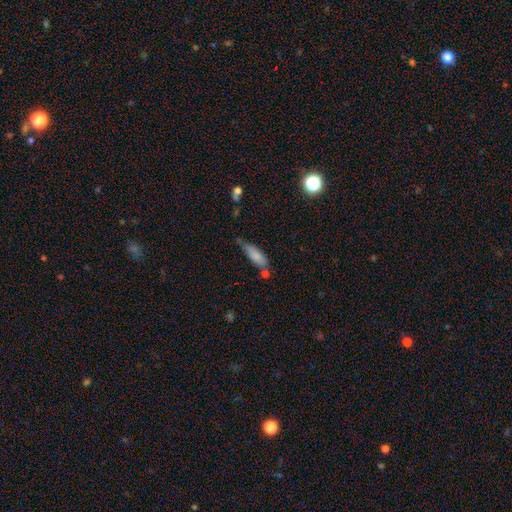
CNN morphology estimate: The model was most divided on "how rounded": cigar-shaped: 49%, in between: 48%, round: 2%. Remaining: smooth or featured — smooth (78%); merging — none (44%).